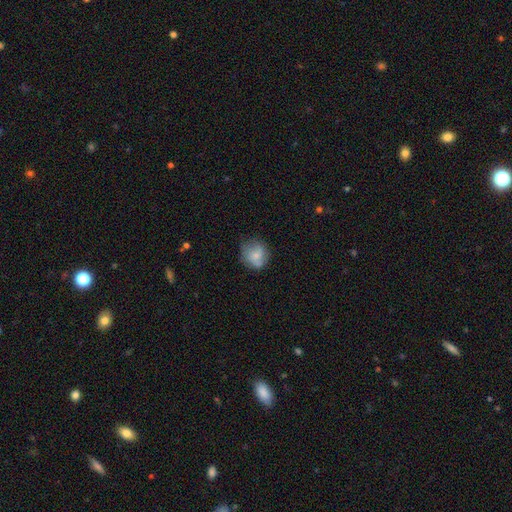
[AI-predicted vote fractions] smooth_or_featured: smooth (p=0.69) [alt: featured or disk p=0.23]
how_rounded: round (p=0.83) [alt: in between p=0.16]
merging: none (p=0.65) [alt: minor disturbance p=0.25]